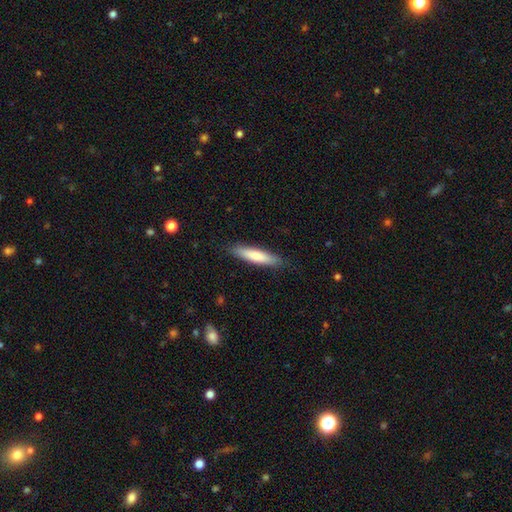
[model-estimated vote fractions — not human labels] Smooth or featured? Predicted: smooth (p=0.73). How rounded? Predicted: cigar-shaped (p=0.83). Merging? Predicted: none (p=0.88).